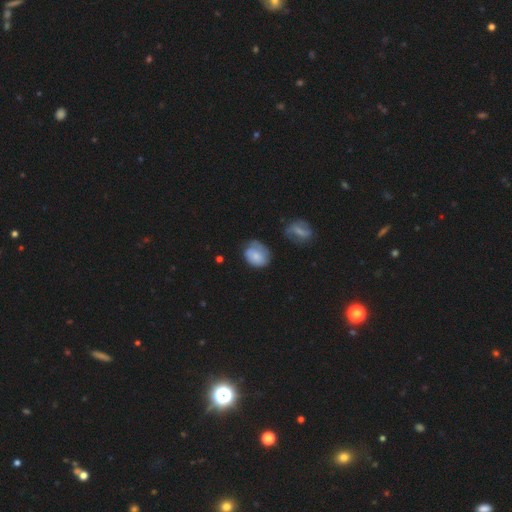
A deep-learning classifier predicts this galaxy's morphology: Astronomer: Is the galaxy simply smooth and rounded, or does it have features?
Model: smooth — 69%.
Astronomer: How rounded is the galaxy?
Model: in between — 53% (runner-up: round, 46%).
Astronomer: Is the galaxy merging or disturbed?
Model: none — 48% (runner-up: minor disturbance, 35%).